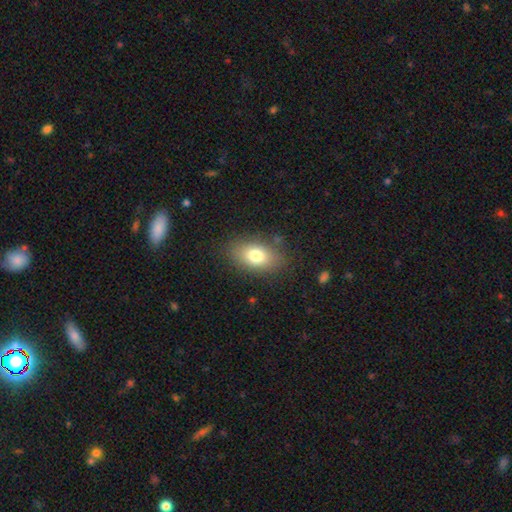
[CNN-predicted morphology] smooth-or-featured: smooth: 77% | featured or disk: 13% | star or artifact: 10%
  how-rounded: in between: 86% | round: 12% | cigar-shaped: 2%
  merging: none: 82% | minor disturbance: 12% | major disturbance: 4% | merger: 2%